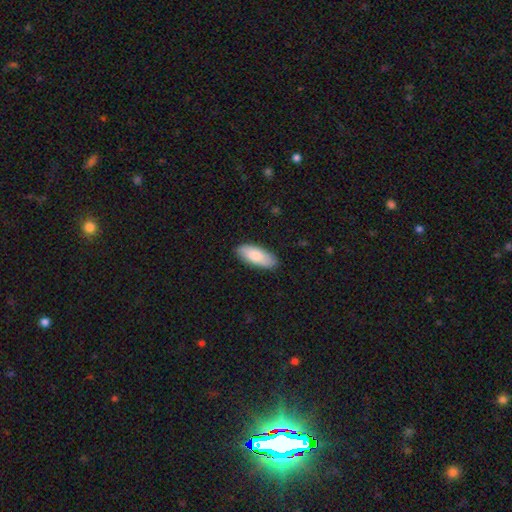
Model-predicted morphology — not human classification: A smooth galaxy with no disk features (82%) that is in between round and cigar-shaped (80%).

Vote fractions:
- Smooth or featured? smooth: 82% / featured or disk: 13% / star or artifact: 5%
- How rounded? in between: 80% / cigar-shaped: 19% / round: 2%
- Merging? none: 88% / minor disturbance: 9% / major disturbance: 2% / merger: 1%